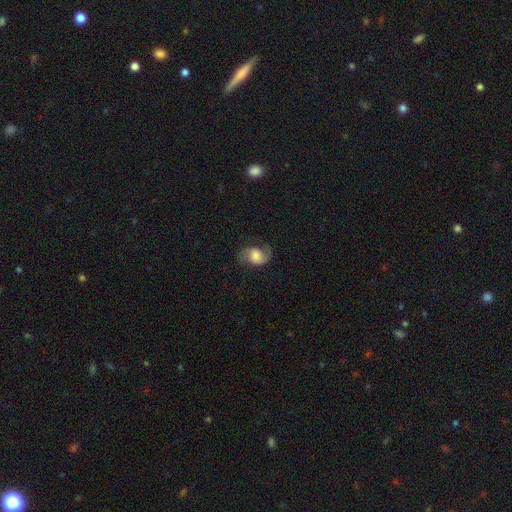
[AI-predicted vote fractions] Smooth or featured? featured or disk (52%)
Edge-on disk? no (97%)
Bar? no (61%)
Spiral arms? yes (89%)
Bulge size? moderate (36%)
Merging? none (65%)